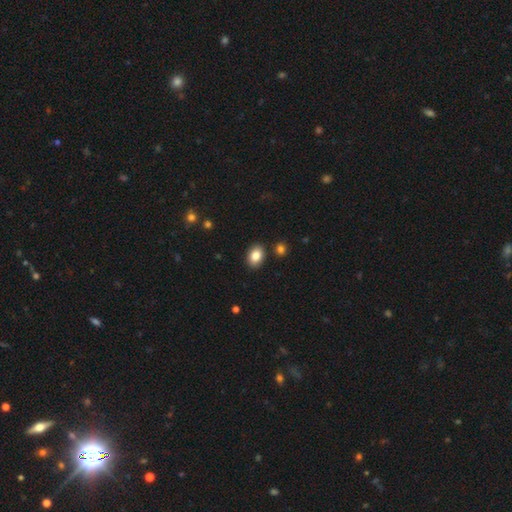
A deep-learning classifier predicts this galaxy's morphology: type=smooth (85%); roundness=in between (78%); merging=none (87%).